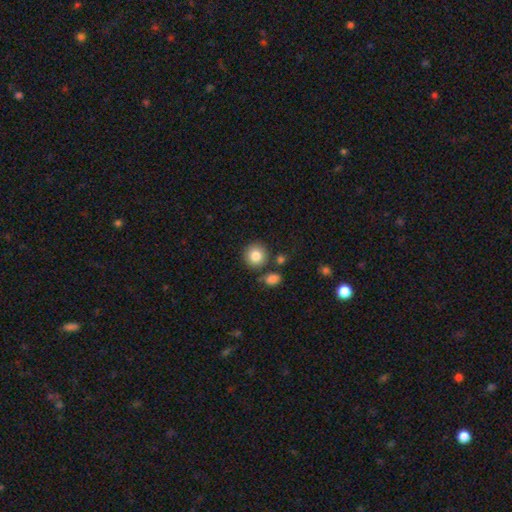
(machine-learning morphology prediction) This appears to be a smooth galaxy with no disk features (84%) that is round (90%). Merging: none (80%).